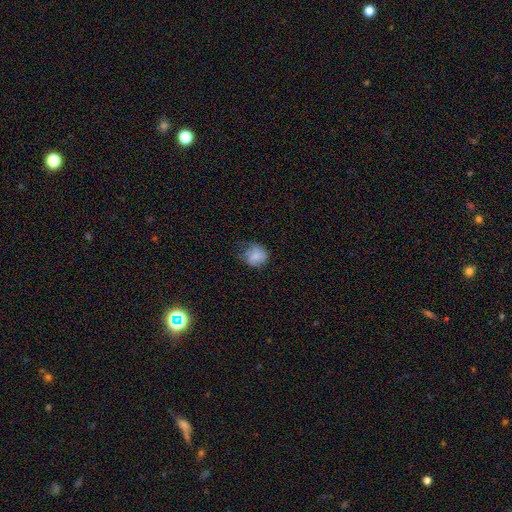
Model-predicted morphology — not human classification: A smooth galaxy with no disk features (77%) that is round (71%). Merging: none (44%).